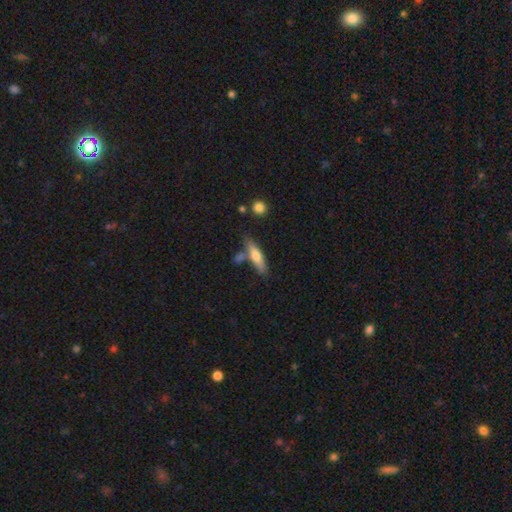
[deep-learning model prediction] A smooth galaxy with no disk features (60%) that is cigar-shaped (73%).

Vote fractions:
- Smooth or featured? smooth: 60% / featured or disk: 33% / star or artifact: 6%
- How rounded? cigar-shaped: 73% / in between: 25% / round: 2%
- Merging? none: 66% / minor disturbance: 15% / merger: 15% / major disturbance: 4%